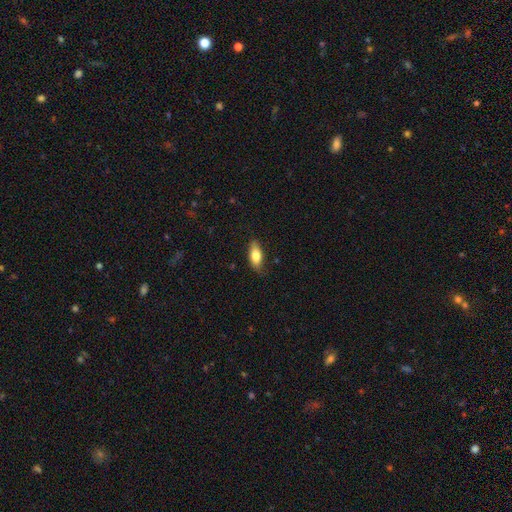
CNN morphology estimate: Smooth or featured?
  - smooth: 73% *
  - featured or disk: 20%
  - star or artifact: 6%
How rounded?
  - in between: 79% *
  - cigar-shaped: 18%
  - round: 3%
Merging?
  - none: 76% *
  - minor disturbance: 19%
  - major disturbance: 4%
  - merger: 1%